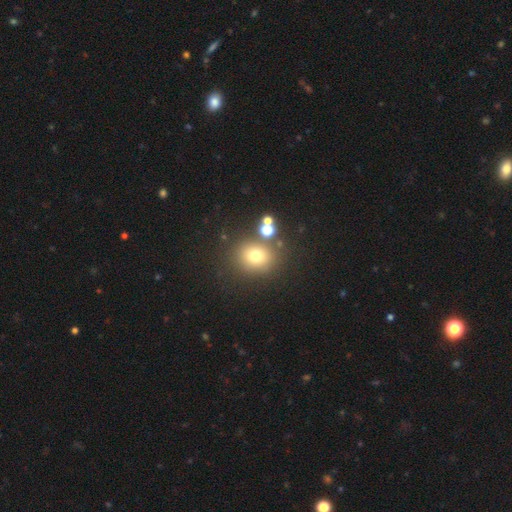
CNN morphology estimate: The model was most divided on "smooth or featured": smooth: 71%, star or artifact: 18%, featured or disk: 11%. More confident: how rounded — round (80%); merging — none (74%).